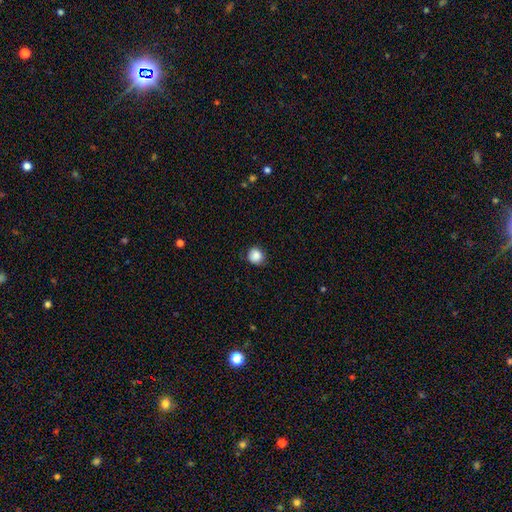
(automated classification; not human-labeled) A smooth galaxy with no disk features (87%) that is round (87%). Merging: none (84%).